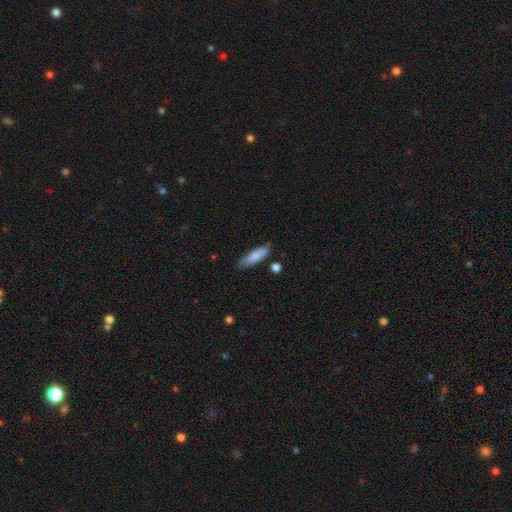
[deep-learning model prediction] Smooth or featured: smooth — 81% (featured or disk — 12%)
How rounded: cigar-shaped — 64% (in between — 34%)
Merging: none — 75% (minor disturbance — 19%)